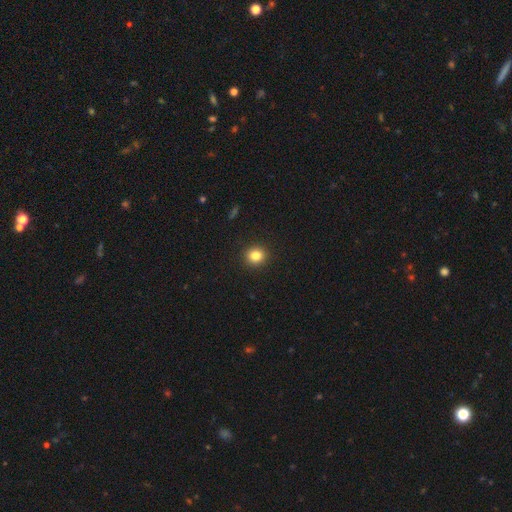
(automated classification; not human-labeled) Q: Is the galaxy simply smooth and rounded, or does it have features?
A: smooth — 83%.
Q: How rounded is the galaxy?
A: round — 86%.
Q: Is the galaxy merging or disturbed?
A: none — 92%.